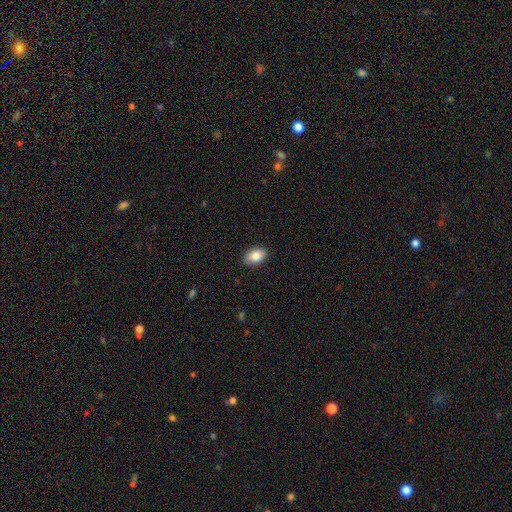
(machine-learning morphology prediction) Smooth or featured: smooth — 86% (star or artifact — 7%)
How rounded: in between — 90% (round — 8%)
Merging: none — 89% (minor disturbance — 8%)